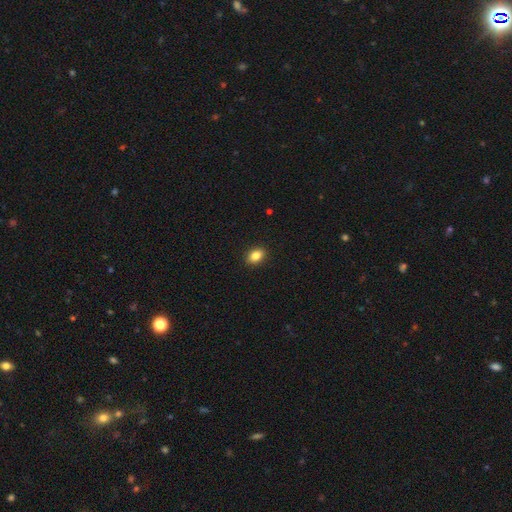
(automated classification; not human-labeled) The model was most divided on "how rounded": in between: 72%, round: 27%, cigar-shaped: 1%. More confident: merging — none (91%); smooth or featured — smooth (85%).